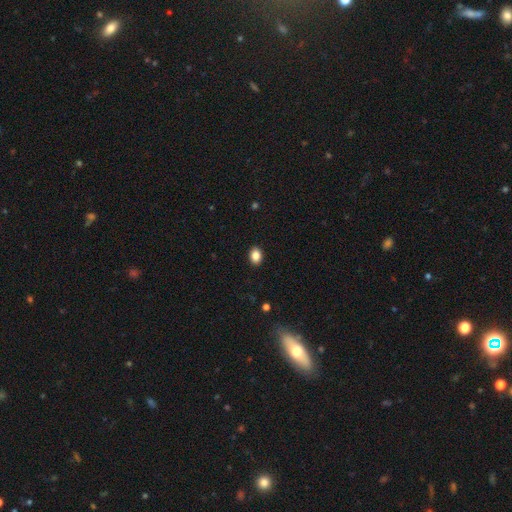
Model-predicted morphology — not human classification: Q: Smooth or featured?
A: smooth (86%); runner-up: star or artifact (9%)
Q: How rounded?
A: in between (71%); runner-up: round (28%)
Q: Merging?
A: none (91%); runner-up: minor disturbance (7%)